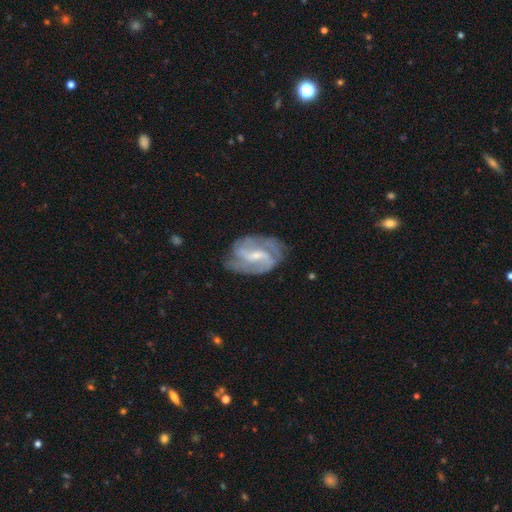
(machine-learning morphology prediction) Smooth or featured? featured or disk (85%)
Edge-on disk? no (97%)
Bar? weak (53%)
Spiral arms? yes (94%)
Spiral winding? medium (49%)
Spiral arm count? 2 (59%)
Bulge size? small (58%)
Merging? none (66%)